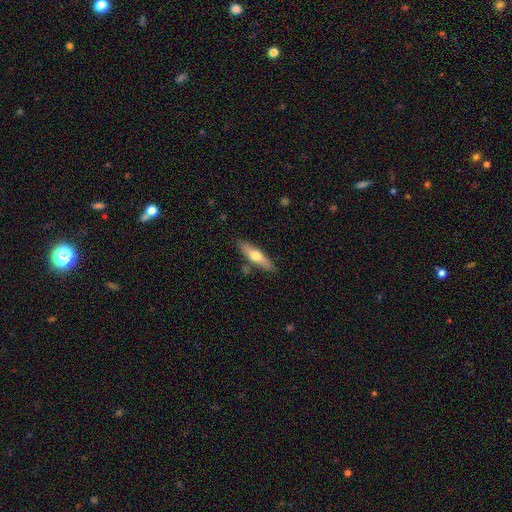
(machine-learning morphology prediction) smooth-or-featured: smooth: 57% | featured or disk: 38% | star or artifact: 6%
  how-rounded: cigar-shaped: 66% | in between: 32% | round: 2%
  merging: none: 81% | minor disturbance: 12% | merger: 5% | major disturbance: 2%